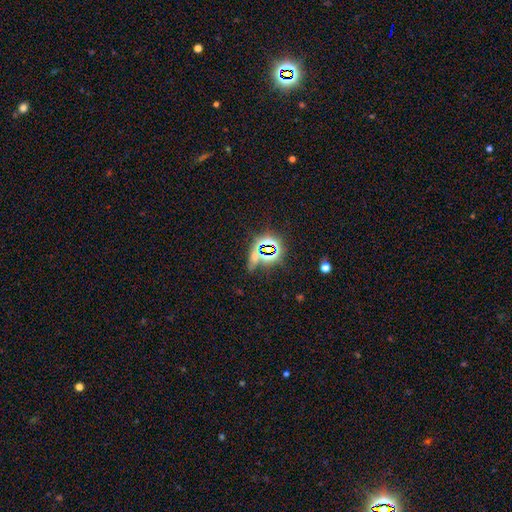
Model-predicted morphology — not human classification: A star or artifact, not a galaxy (70%).

Vote fractions:
- Smooth or featured? star or artifact: 70% / smooth: 18% / featured or disk: 12%